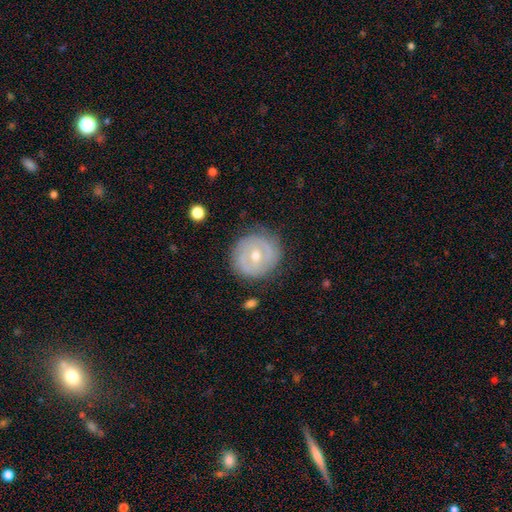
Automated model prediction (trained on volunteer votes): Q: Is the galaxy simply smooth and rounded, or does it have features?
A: featured or disk — 64%.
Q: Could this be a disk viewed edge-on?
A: no — 97%.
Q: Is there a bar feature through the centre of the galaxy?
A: no — 48%.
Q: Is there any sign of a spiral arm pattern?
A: yes — 63%.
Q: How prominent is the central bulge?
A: moderate — 55%.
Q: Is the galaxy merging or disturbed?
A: none — 79%.